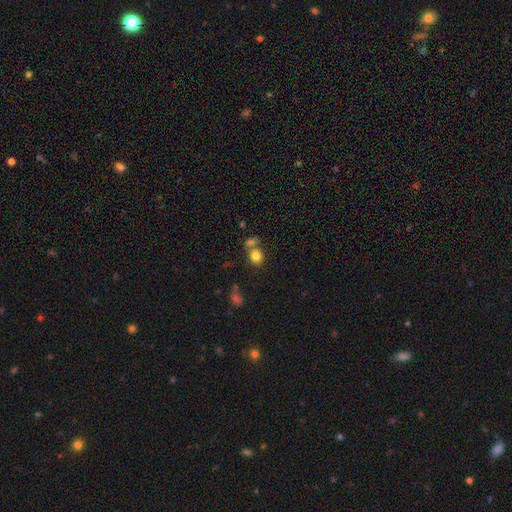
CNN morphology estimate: Smooth or featured? smooth (81%)
How rounded? round (66%)
Merging? none (56%)